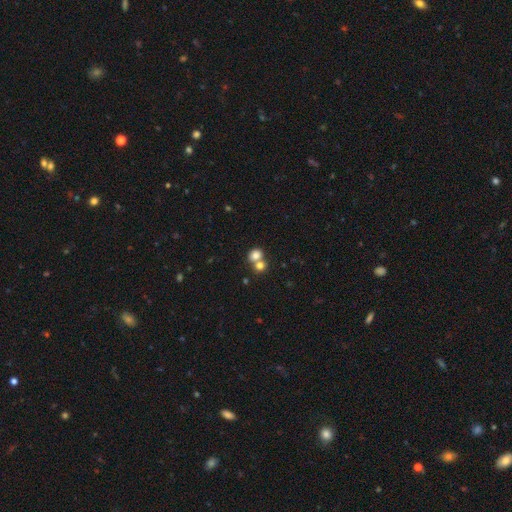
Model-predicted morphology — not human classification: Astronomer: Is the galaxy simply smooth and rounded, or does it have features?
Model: smooth — 79%.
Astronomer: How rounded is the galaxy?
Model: round — 72%.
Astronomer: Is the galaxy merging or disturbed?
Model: merger — 51% (runner-up: none, 40%).